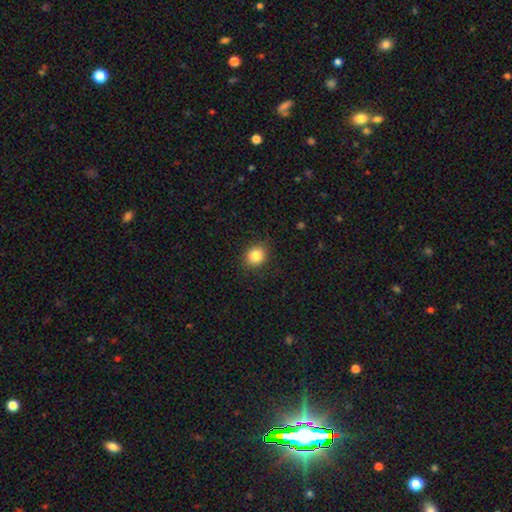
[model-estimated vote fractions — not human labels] A smooth galaxy with no disk features (85%) that is round (75%). Merging: none (88%).